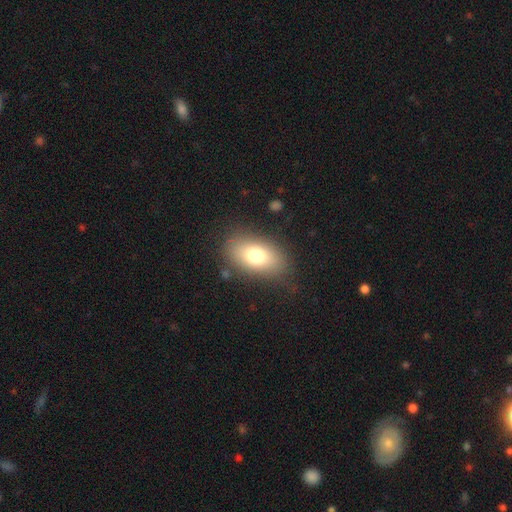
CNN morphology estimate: Q: Smooth or featured?
A: smooth (74%); runner-up: featured or disk (16%)
Q: How rounded?
A: in between (87%); runner-up: round (10%)
Q: Merging?
A: none (81%); runner-up: minor disturbance (12%)